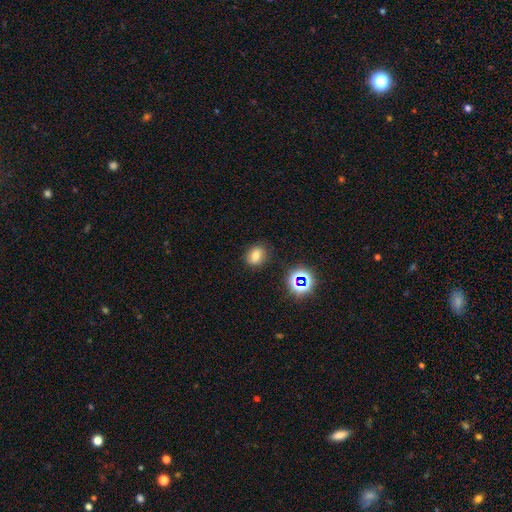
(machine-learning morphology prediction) type=smooth (71%); roundness=in between (51%); merging=none (82%).